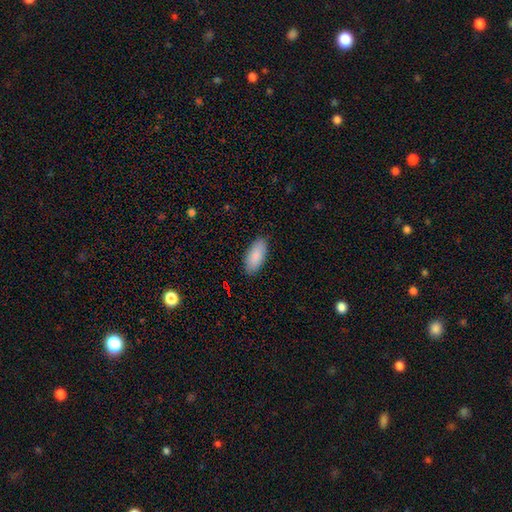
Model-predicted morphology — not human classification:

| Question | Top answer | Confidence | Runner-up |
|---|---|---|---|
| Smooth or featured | smooth | 88% | featured or disk (7%) |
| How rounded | in between | 90% | cigar-shaped (9%) |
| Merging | none | 87% | minor disturbance (10%) |